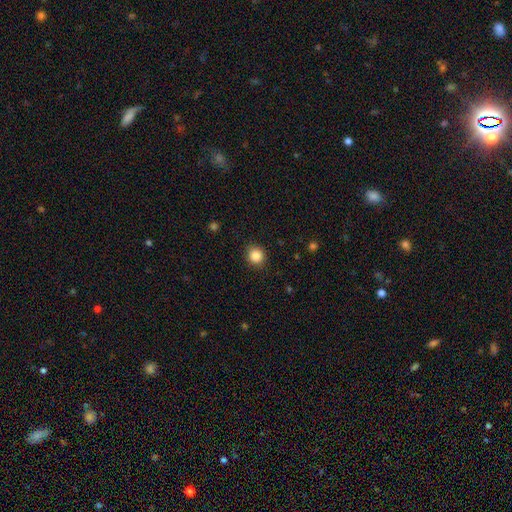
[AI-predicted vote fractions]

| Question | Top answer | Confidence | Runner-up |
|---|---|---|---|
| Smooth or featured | smooth | 86% | star or artifact (10%) |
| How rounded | round | 87% | in between (12%) |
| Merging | none | 89% | minor disturbance (7%) |